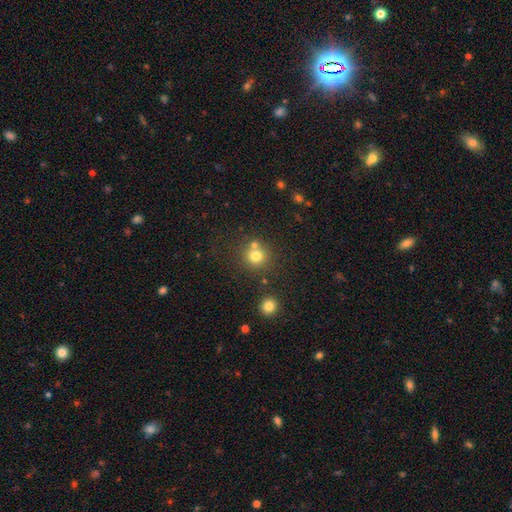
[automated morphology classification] Smooth or featured: smooth — 76% (star or artifact — 15%)
How rounded: round — 90% (in between — 9%)
Merging: none — 68% (merger — 20%)